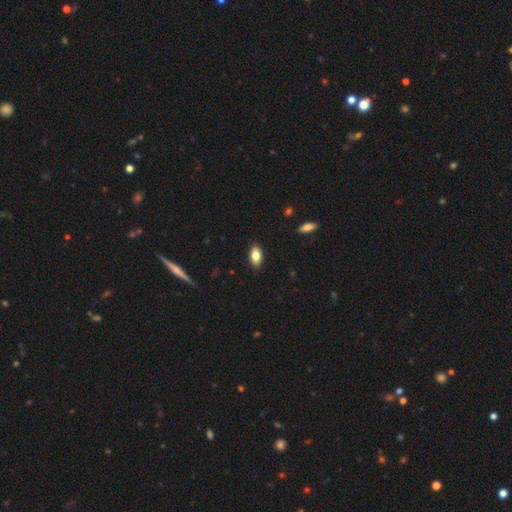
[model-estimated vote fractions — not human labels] smooth 84%, featured or disk 9%, star or artifact 7%. Down the decision tree: how rounded — in between (91%); merging — none (88%).